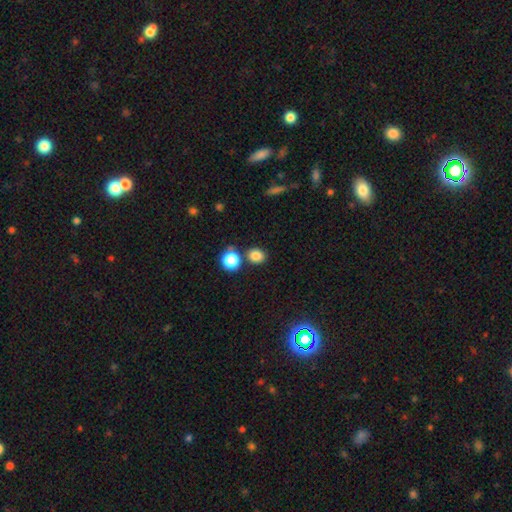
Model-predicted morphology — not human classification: Smooth or featured: smooth — 83% (star or artifact — 12%)
How rounded: round — 68% (in between — 31%)
Merging: none — 75% (merger — 13%)